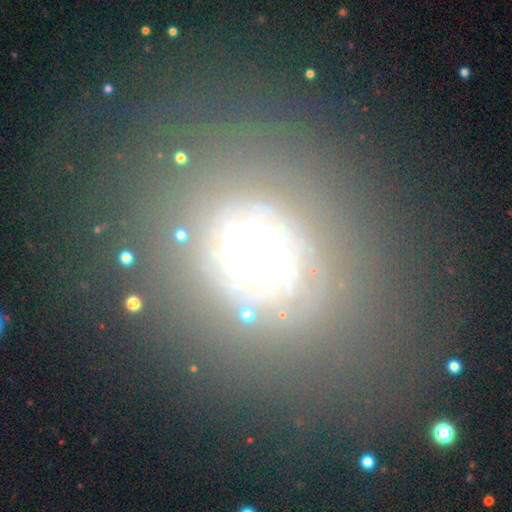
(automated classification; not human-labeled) This appears to be a featured or disk galaxy (73%) with no bar (79%), tight (79%) spiral arms (87%) and a large central bulge (44%). Merging: none (73%).